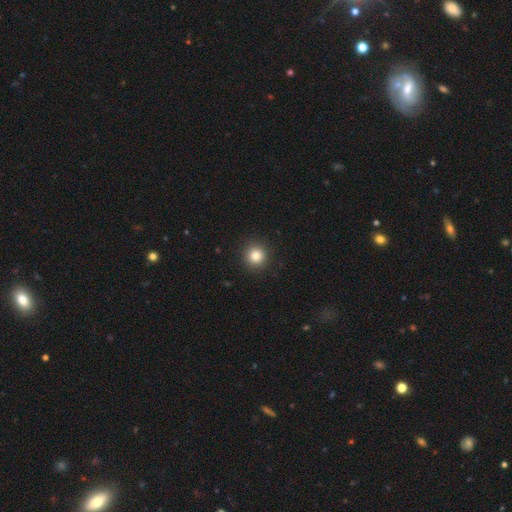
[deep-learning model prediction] Smooth or featured: smooth — 83% (star or artifact — 11%)
How rounded: round — 93% (in between — 6%)
Merging: none — 91% (minor disturbance — 6%)